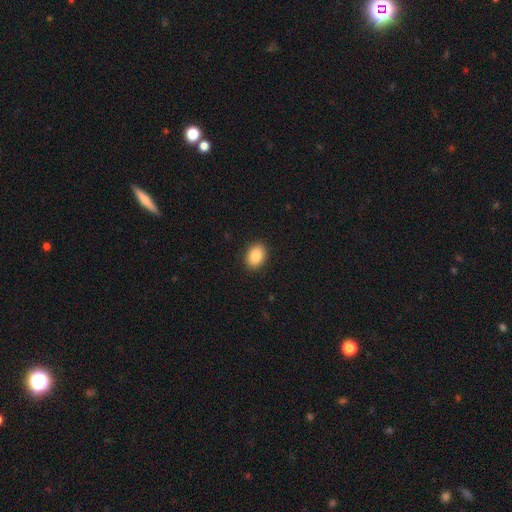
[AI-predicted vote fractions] A smooth galaxy with no disk features (87%) that is in between round and cigar-shaped (75%). Merging: none (91%).